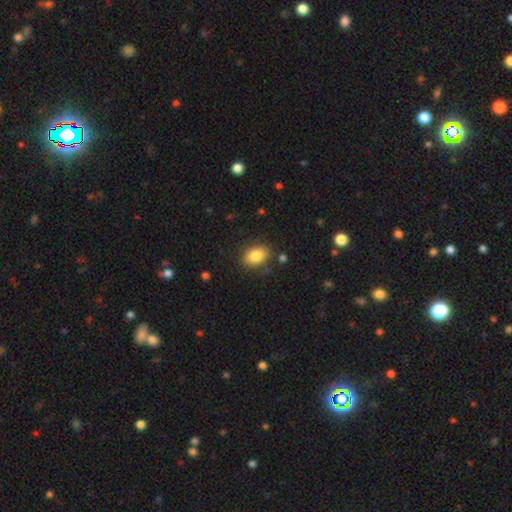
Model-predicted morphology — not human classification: Overall: smooth (84%). How rounded: in between (80%). Merging: none (82%).